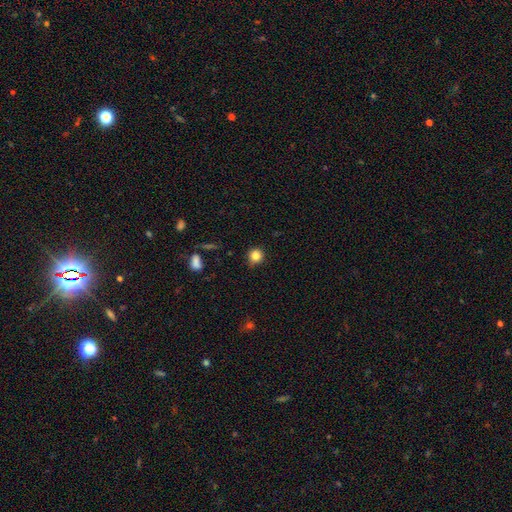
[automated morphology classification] A smooth galaxy with no disk features (83%) that is round (91%). Merging: none (82%).